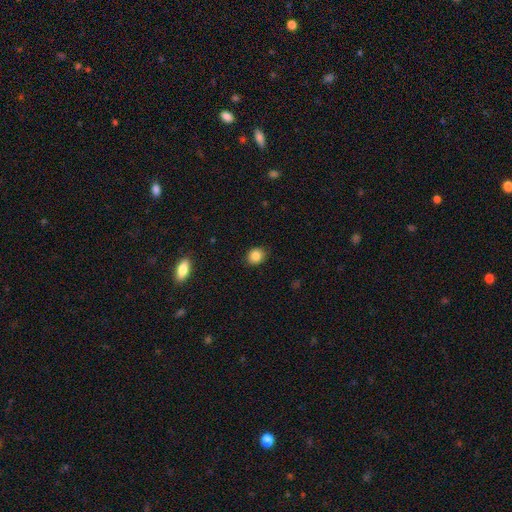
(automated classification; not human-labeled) smooth-or-featured: smooth: 85% | star or artifact: 10% | featured or disk: 5%
  how-rounded: round: 72% | in between: 27% | cigar-shaped: 1%
  merging: none: 88% | minor disturbance: 9% | major disturbance: 2% | merger: 1%